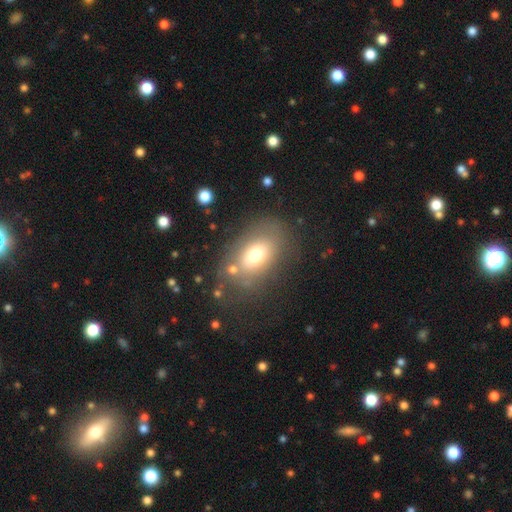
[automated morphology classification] type=smooth (68%); roundness=in between (82%); merging=none (65%).